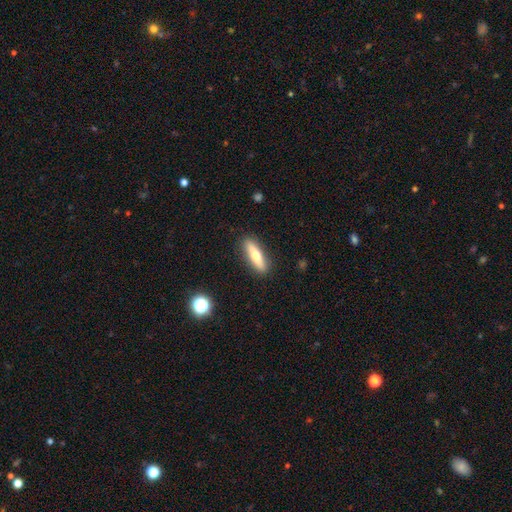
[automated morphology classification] A smooth galaxy with no disk features (53%) that is cigar-shaped (70%). Merging: none (89%).